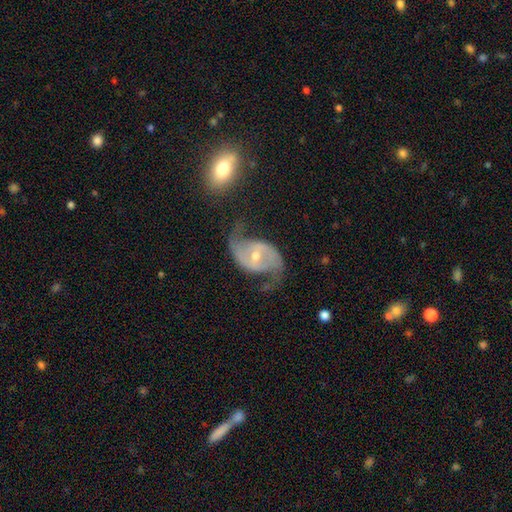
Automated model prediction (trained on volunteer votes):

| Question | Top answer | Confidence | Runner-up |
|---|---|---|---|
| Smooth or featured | featured or disk | 90% | smooth (5%) |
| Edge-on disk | no | 98% | yes (2%) |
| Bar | weak | 46% | no (32%) |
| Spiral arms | yes | 96% | no (4%) |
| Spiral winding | loose | 52% | medium (38%) |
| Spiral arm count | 2 | 93% | can't tell (2%) |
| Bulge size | moderate | 49% | small (47%) |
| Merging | none | 69% | minor disturbance (16%) |